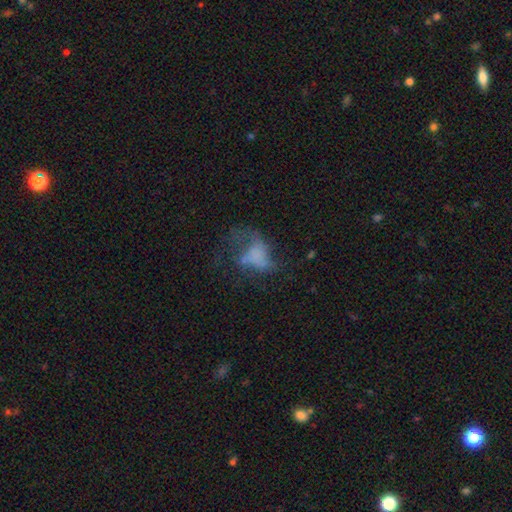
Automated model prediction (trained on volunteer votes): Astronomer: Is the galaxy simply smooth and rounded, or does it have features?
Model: featured or disk — 43% (runner-up: smooth, 40%).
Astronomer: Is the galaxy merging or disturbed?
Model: major disturbance — 50% (runner-up: none, 28%).